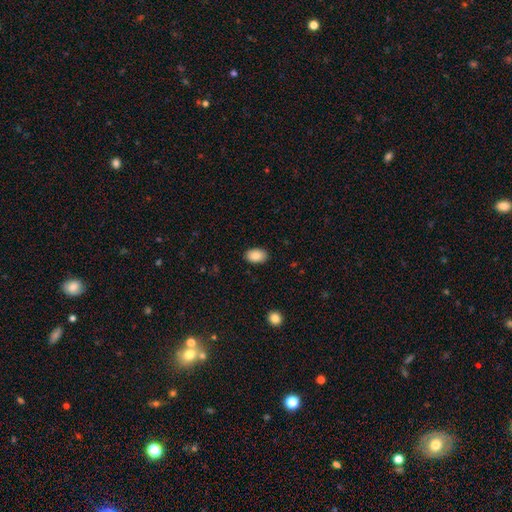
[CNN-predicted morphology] Smooth or featured?
  - smooth: 87% *
  - star or artifact: 7%
  - featured or disk: 5%
How rounded?
  - in between: 86% *
  - round: 13%
  - cigar-shaped: 1%
Merging?
  - none: 88% *
  - minor disturbance: 9%
  - major disturbance: 2%
  - merger: 1%